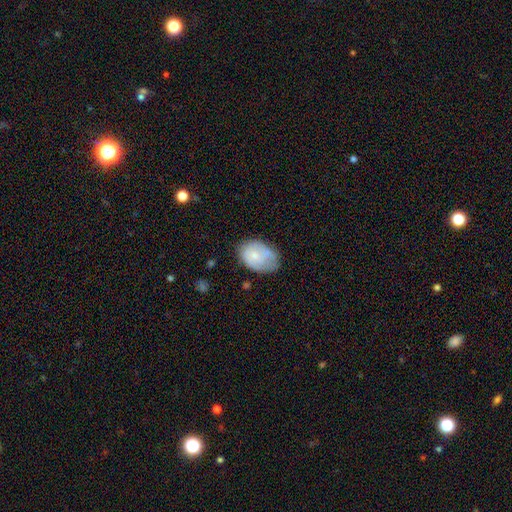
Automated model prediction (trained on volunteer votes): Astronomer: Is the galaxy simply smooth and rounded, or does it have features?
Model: smooth — 67%.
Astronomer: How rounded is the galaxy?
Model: in between — 77%.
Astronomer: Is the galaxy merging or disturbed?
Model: none — 48% (runner-up: minor disturbance, 36%).